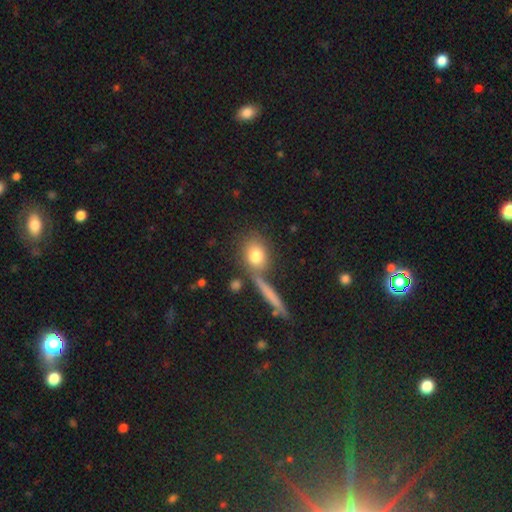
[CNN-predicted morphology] Q: Smooth or featured?
A: smooth (77%); runner-up: featured or disk (13%)
Q: How rounded?
A: round (54%); runner-up: in between (39%)
Q: Merging?
A: none (67%); runner-up: merger (16%)